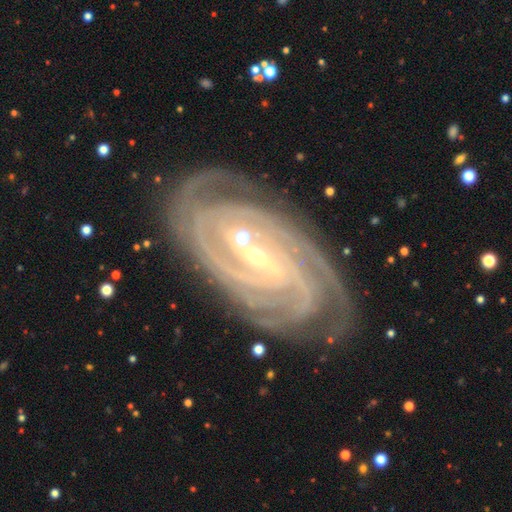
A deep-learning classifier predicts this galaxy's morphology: Q: Smooth or featured?
A: featured or disk (92%); runner-up: star or artifact (5%)
Q: Edge-on disk?
A: no (96%); runner-up: yes (4%)
Q: Bar?
A: strong (41%); runner-up: weak (36%)
Q: Spiral arms?
A: yes (99%); runner-up: no (1%)
Q: Spiral winding?
A: tight (82%); runner-up: medium (16%)
Q: Spiral arm count?
A: 4 (34%); runner-up: 3 (22%)
Q: Bulge size?
A: small (73%); runner-up: moderate (24%)
Q: Merging?
A: none (79%); runner-up: minor disturbance (14%)